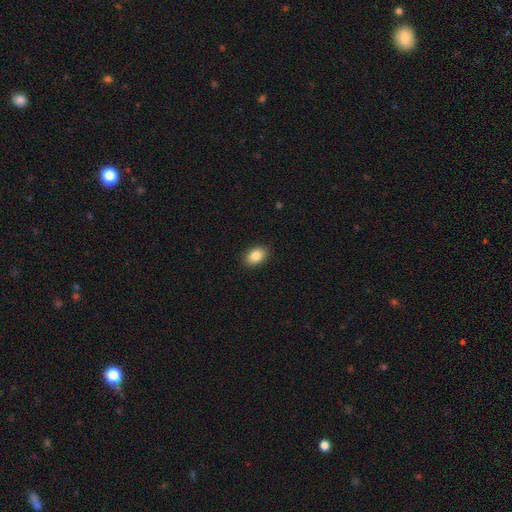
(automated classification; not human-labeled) Smooth or featured?
  - smooth: 85% *
  - star or artifact: 8%
  - featured or disk: 7%
How rounded?
  - in between: 86% *
  - round: 13%
  - cigar-shaped: 1%
Merging?
  - none: 90% *
  - minor disturbance: 7%
  - major disturbance: 2%
  - merger: 1%